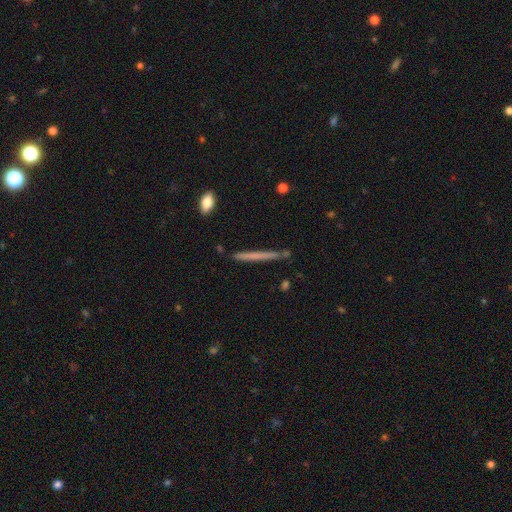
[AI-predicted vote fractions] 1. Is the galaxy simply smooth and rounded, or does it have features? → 55% smooth, 39% featured or disk, 7% star or artifact.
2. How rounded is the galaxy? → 97% cigar-shaped, 2% in between, 1% round.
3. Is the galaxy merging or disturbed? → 86% none, 10% minor disturbance, 2% merger, 2% major disturbance.